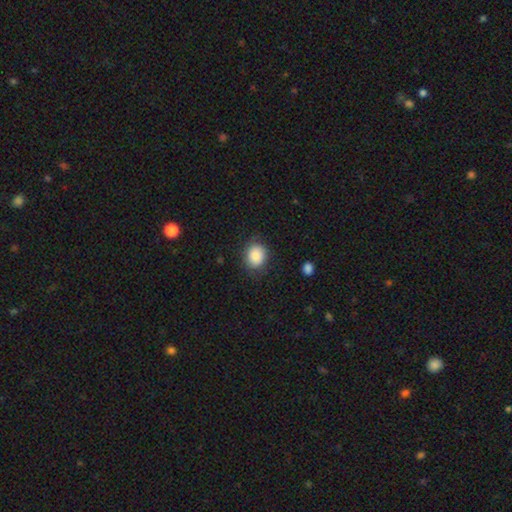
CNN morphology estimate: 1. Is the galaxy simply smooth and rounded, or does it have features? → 86% smooth, 8% star or artifact, 7% featured or disk.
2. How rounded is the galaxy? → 58% round, 41% in between, 1% cigar-shaped.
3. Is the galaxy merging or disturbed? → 77% none, 16% minor disturbance, 5% major disturbance, 1% merger.